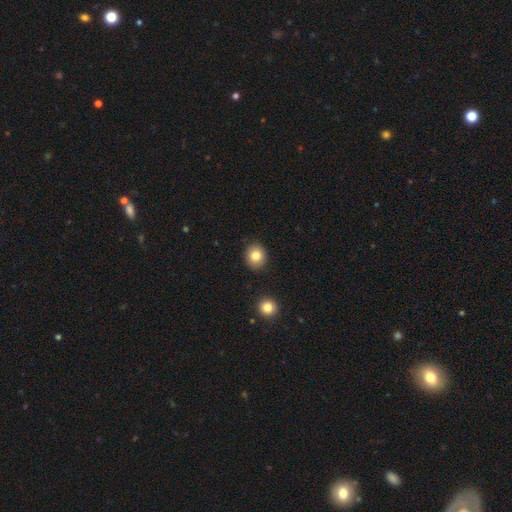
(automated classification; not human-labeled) Smooth or featured: smooth — 82% (star or artifact — 10%)
How rounded: round — 75% (in between — 24%)
Merging: none — 89% (minor disturbance — 7%)